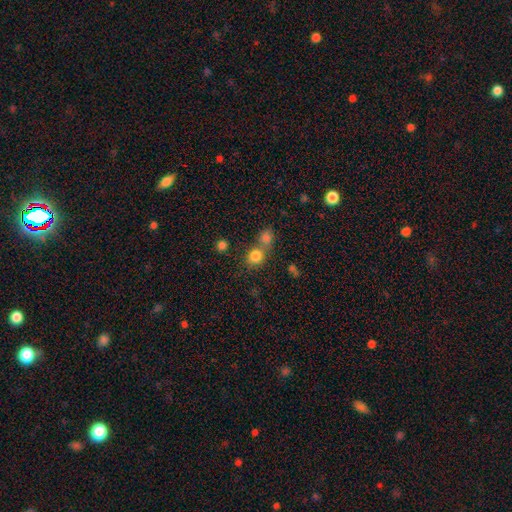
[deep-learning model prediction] Smooth or featured? smooth (80%)
How rounded? round (80%)
Merging? none (48%)